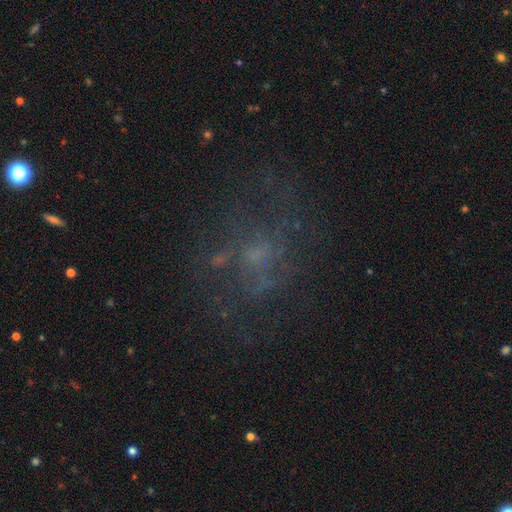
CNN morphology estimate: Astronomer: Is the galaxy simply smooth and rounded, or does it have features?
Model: featured or disk — 51%.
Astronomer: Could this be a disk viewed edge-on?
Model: no — 97%.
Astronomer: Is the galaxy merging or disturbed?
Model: none — 59%.